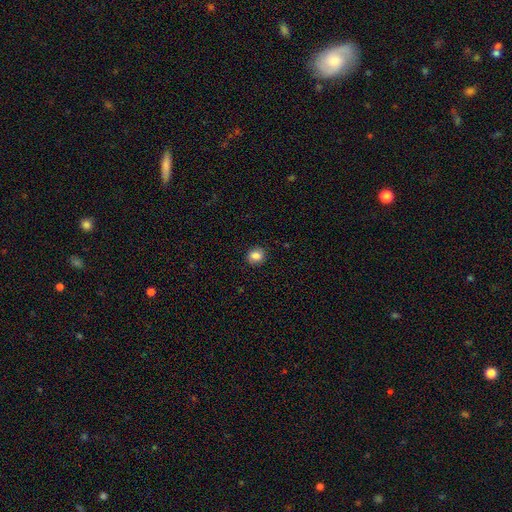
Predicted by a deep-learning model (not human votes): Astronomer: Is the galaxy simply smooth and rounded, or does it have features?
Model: smooth — 82%.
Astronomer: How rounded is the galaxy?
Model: round — 80%.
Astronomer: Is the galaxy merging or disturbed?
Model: none — 88%.